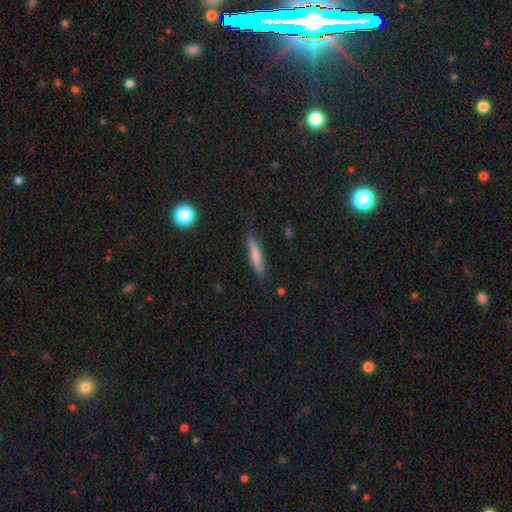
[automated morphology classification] A smooth galaxy with no disk features (72%) that is cigar-shaped (88%). Merging: none (81%).